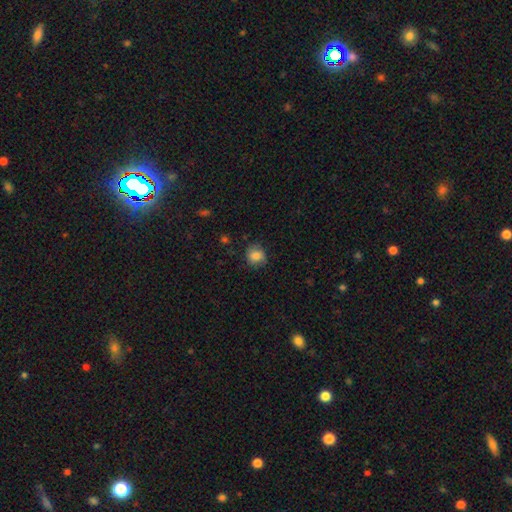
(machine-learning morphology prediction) A smooth galaxy with no disk features (82%) that is round (78%). Merging: none (77%).